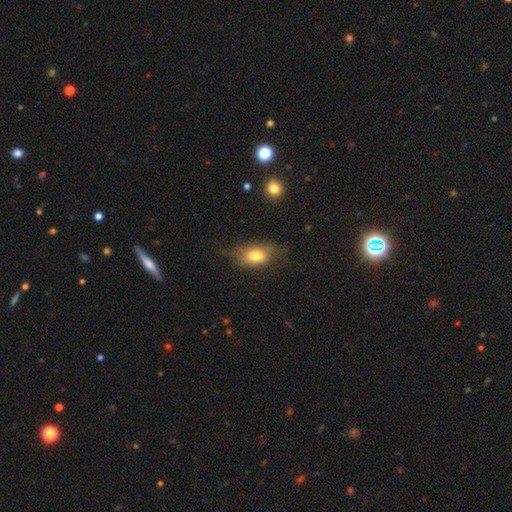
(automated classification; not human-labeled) Q: Smooth or featured?
A: smooth (71%); runner-up: featured or disk (19%)
Q: How rounded?
A: in between (80%); runner-up: round (16%)
Q: Merging?
A: none (50%); runner-up: minor disturbance (30%)